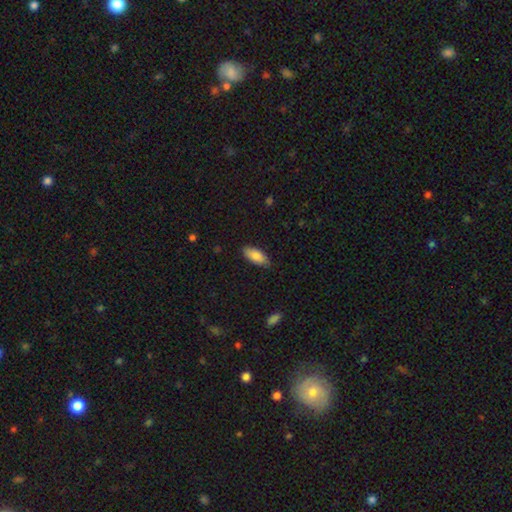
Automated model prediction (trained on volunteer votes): Smooth or featured? Predicted: smooth (p=0.85). How rounded? Predicted: in between (p=0.86). Merging? Predicted: none (p=0.81).